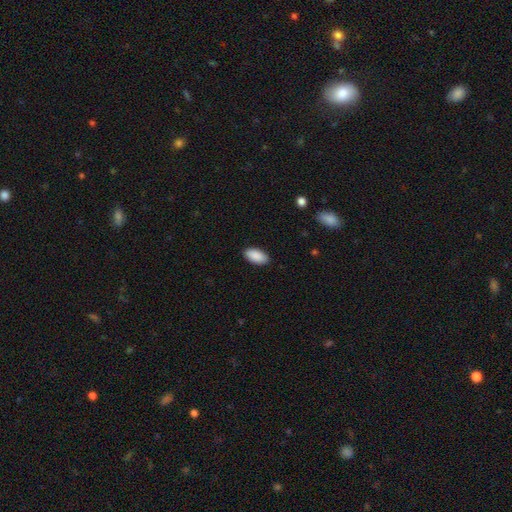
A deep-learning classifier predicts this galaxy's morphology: type=smooth (91%); roundness=in between (95%); merging=none (89%).